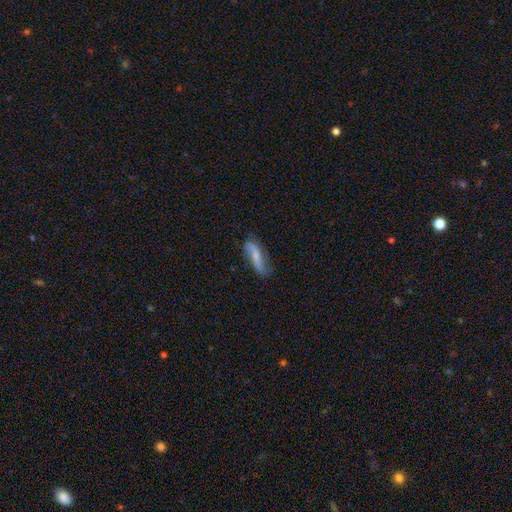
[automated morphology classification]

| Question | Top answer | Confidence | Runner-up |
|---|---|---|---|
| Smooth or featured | featured or disk | 62% | smooth (31%) |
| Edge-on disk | no | 85% | yes (15%) |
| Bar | no | 42% | weak (35%) |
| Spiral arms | yes | 90% | no (10%) |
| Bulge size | small | 51% | moderate (27%) |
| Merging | none | 67% | minor disturbance (23%) |